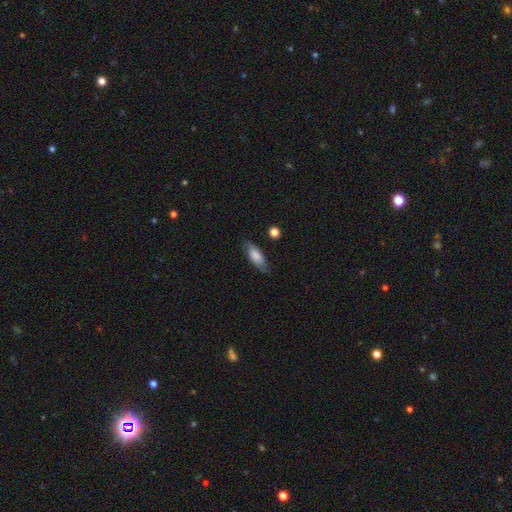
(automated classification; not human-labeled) Smooth or featured? smooth (69%)
How rounded? in between (72%)
Merging? none (77%)